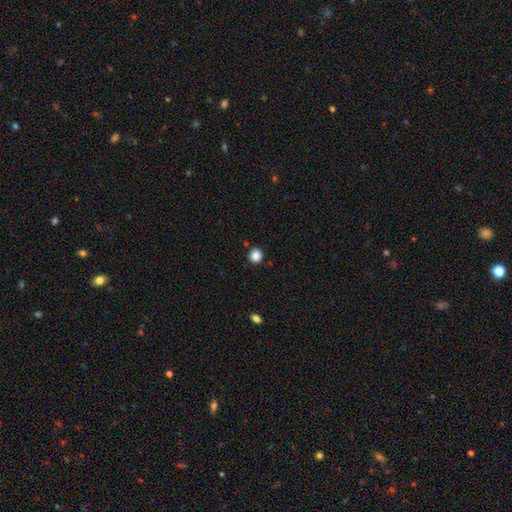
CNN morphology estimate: Smooth or featured: smooth — 86% (star or artifact — 11%)
How rounded: round — 91% (in between — 9%)
Merging: none — 90% (minor disturbance — 6%)